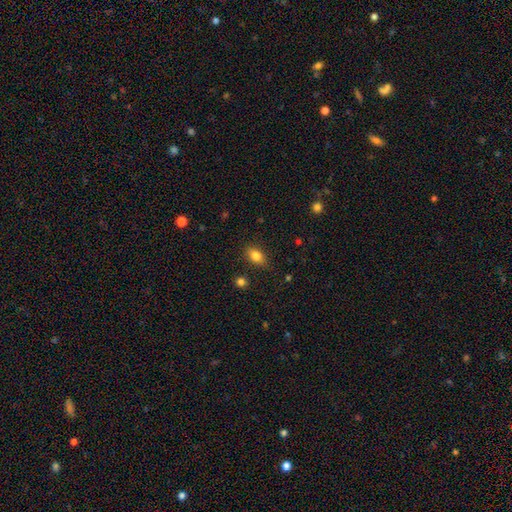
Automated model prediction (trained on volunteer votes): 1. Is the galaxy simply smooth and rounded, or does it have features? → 83% smooth, 10% star or artifact, 8% featured or disk.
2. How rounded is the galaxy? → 83% in between, 13% round, 4% cigar-shaped.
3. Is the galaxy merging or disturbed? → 83% none, 12% minor disturbance, 3% major disturbance, 2% merger.